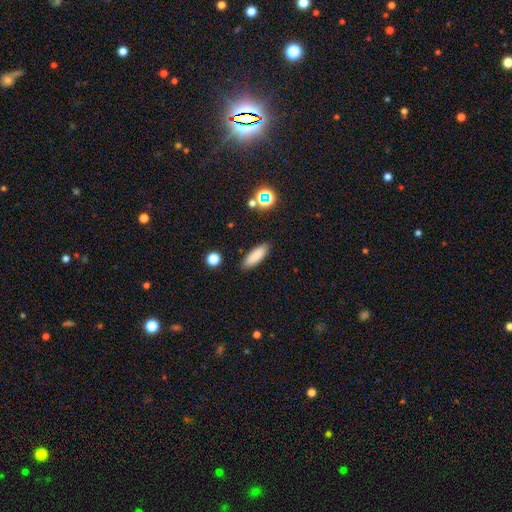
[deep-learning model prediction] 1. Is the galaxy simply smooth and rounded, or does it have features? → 86% smooth, 8% star or artifact, 6% featured or disk.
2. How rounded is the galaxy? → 58% in between, 40% cigar-shaped, 2% round.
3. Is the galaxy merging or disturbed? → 89% none, 8% minor disturbance, 2% major disturbance, 2% merger.